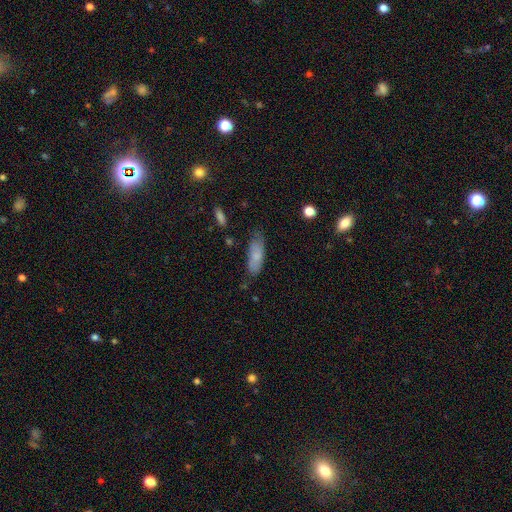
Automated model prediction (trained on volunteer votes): Smooth or featured: smooth — 75% (featured or disk — 18%)
How rounded: in between — 65% (cigar-shaped — 33%)
Merging: none — 64% (minor disturbance — 27%)